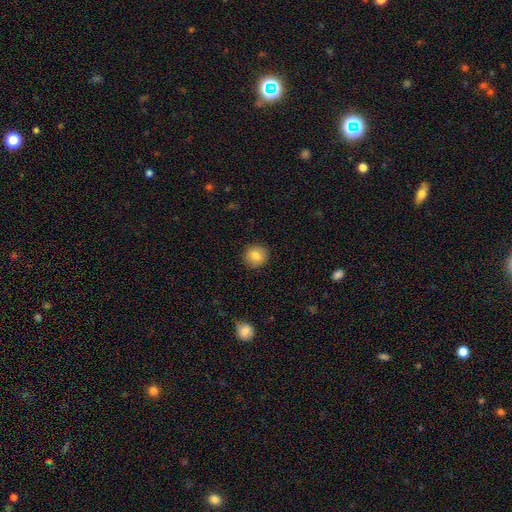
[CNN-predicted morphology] smooth 82%, star or artifact 9%, featured or disk 9%. Down the decision tree: how rounded — round (91%); merging — none (91%).